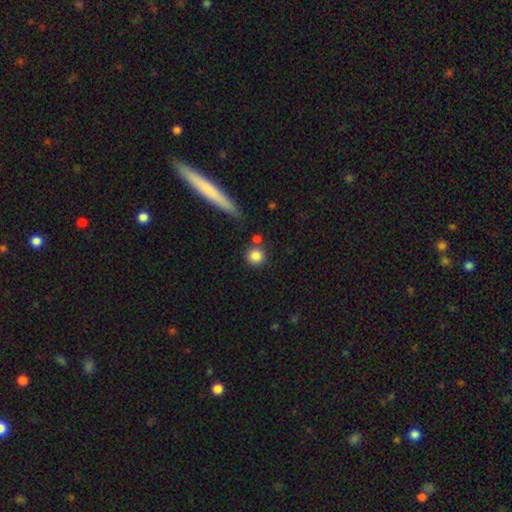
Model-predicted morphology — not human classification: Smooth or featured? smooth (84%)
How rounded? round (92%)
Merging? none (78%)